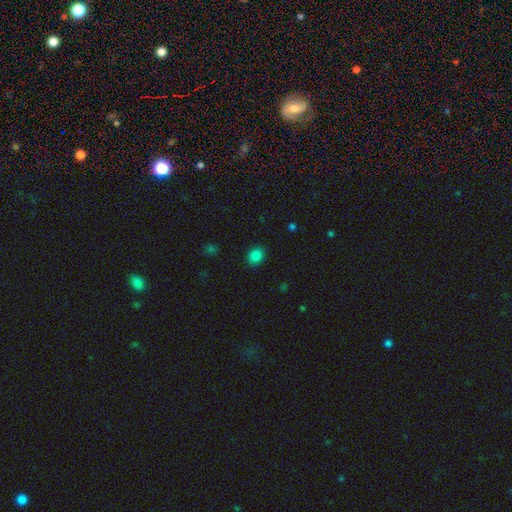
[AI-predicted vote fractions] A smooth galaxy with no disk features (84%) that is round (55%).

Vote fractions:
- Smooth or featured? smooth: 84% / star or artifact: 12% / featured or disk: 4%
- How rounded? round: 55% / in between: 44% / cigar-shaped: 1%
- Merging? none: 89% / minor disturbance: 8% / major disturbance: 2% / merger: 1%